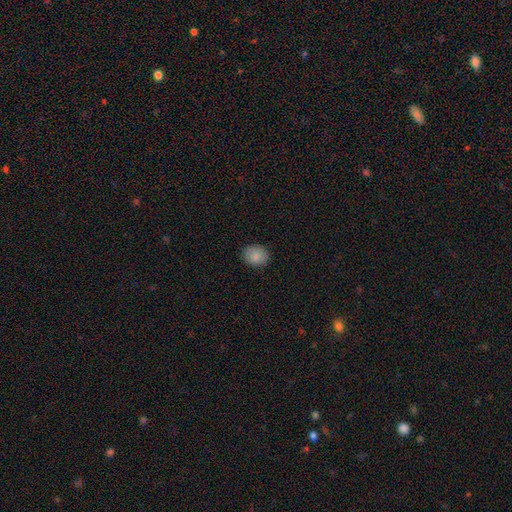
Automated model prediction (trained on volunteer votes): Smooth or featured? Predicted: smooth (p=0.87). How rounded? Predicted: round (p=0.63). Merging? Predicted: none (p=0.88).